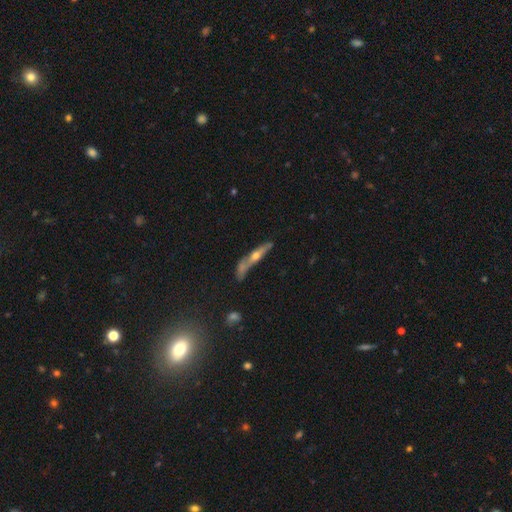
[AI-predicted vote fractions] featured or disk 65%, smooth 28%, star or artifact 8%. Down the decision tree: edge-on disk — yes (89%); edge-on bulge — rounded (87%); merging — none (56%).